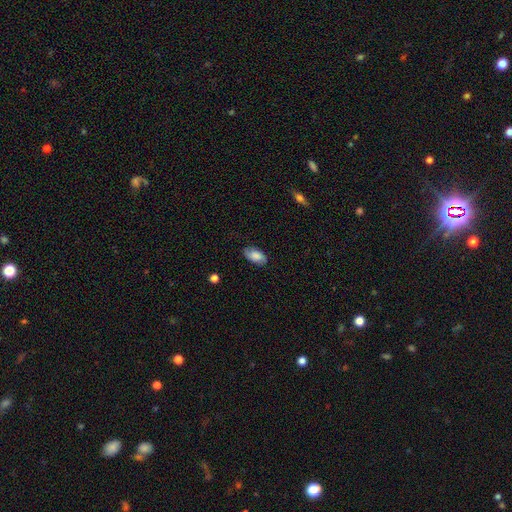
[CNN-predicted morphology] smooth-or-featured: smooth: 75% | featured or disk: 18% | star or artifact: 7%
  how-rounded: in between: 94% | round: 3% | cigar-shaped: 3%
  merging: none: 79% | minor disturbance: 16% | major disturbance: 3% | merger: 1%